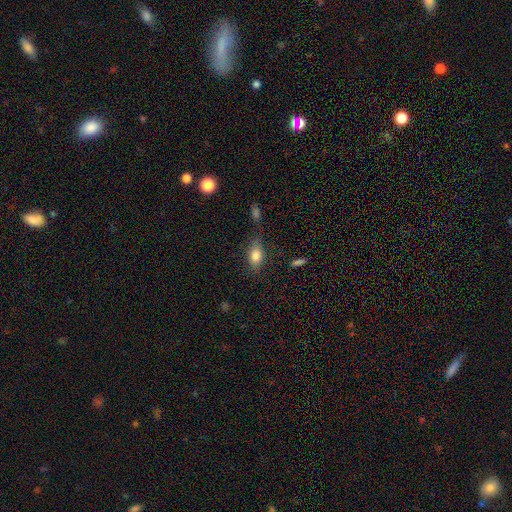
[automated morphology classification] The model was most divided on "merging": none: 69%, minor disturbance: 20%, major disturbance: 6%, merger: 5%. More confident: how rounded — in between (81%); smooth or featured — smooth (78%).